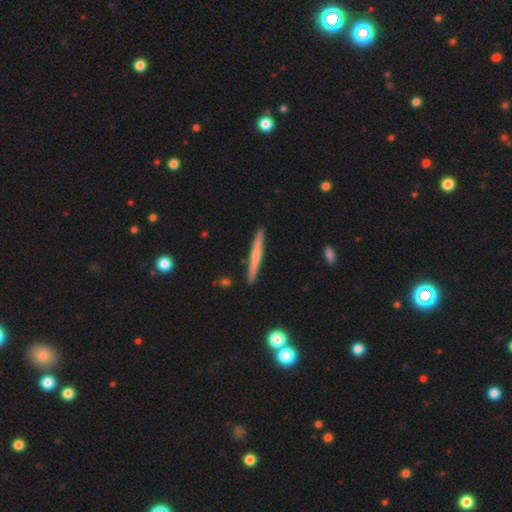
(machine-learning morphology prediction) smooth 49%, featured or disk 46%, star or artifact 6%. Down the decision tree: merging — none (91%).